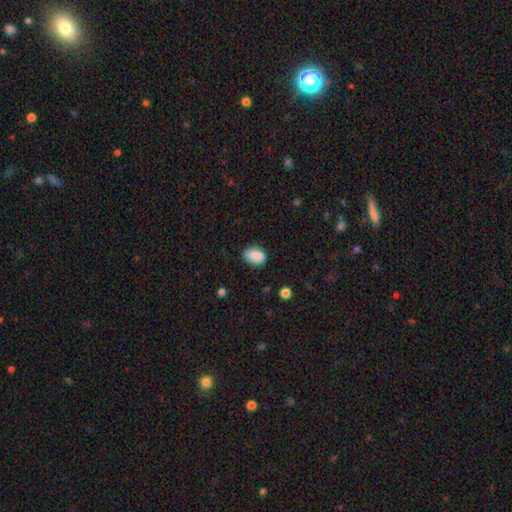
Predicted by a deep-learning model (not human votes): Smooth or featured? smooth (85%)
How rounded? in between (77%)
Merging? none (70%)